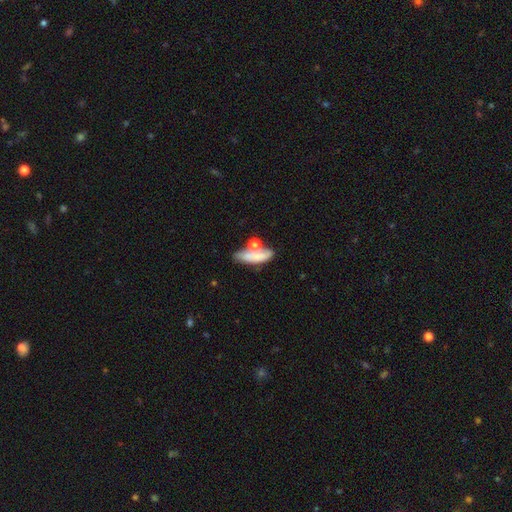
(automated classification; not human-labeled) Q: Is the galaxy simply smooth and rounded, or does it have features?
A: smooth — 63%.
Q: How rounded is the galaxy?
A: in between — 56%.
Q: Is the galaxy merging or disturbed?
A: none — 38%.